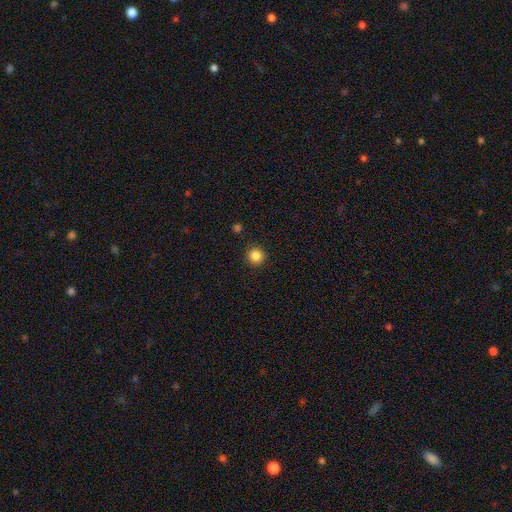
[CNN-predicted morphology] Smooth or featured? Predicted: smooth (p=0.86). How rounded? Predicted: round (p=0.94). Merging? Predicted: none (p=0.91).